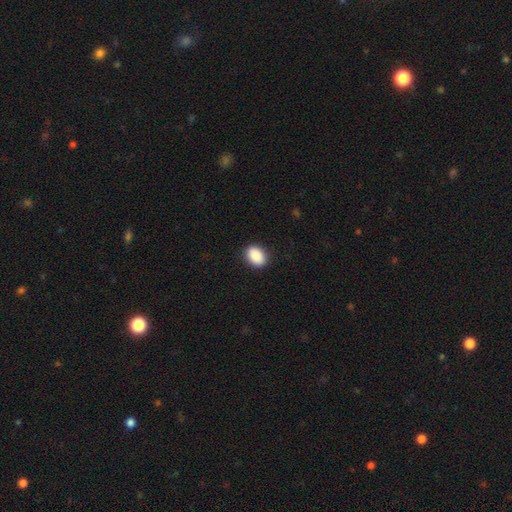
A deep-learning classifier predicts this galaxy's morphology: A smooth galaxy with no disk features (90%) that is in between round and cigar-shaped (80%). Merging: none (89%).